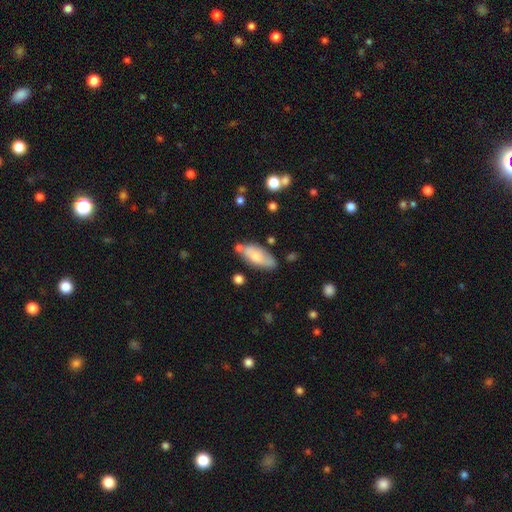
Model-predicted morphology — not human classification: type=smooth (67%); roundness=in between (84%); merging=none (61%).